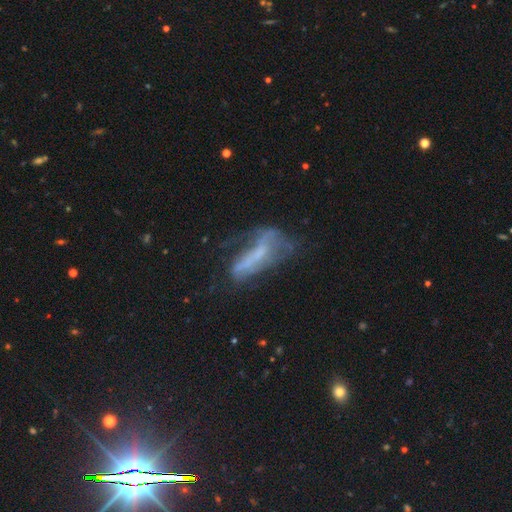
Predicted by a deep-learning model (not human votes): Smooth or featured: featured or disk — 51% (smooth — 32%)
Edge-on disk: no — 74% (yes — 26%)
Merging: major disturbance — 35% (tied with none — 35%)